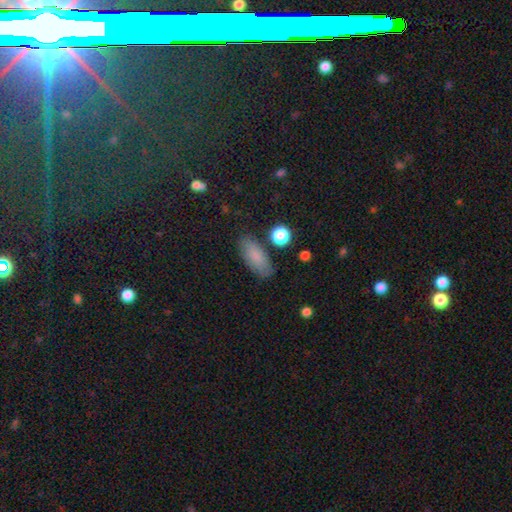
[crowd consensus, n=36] Smooth or featured?
  - smooth: 78% *
  - featured or disk: 17%
  - star or artifact: 6%
How rounded?
  - in between: 79% *
  - cigar-shaped: 14%
  - round: 7%
Merging?
  - none: 74% *
  - minor disturbance: 18%
  - major disturbance: 6%
  - merger: 3%